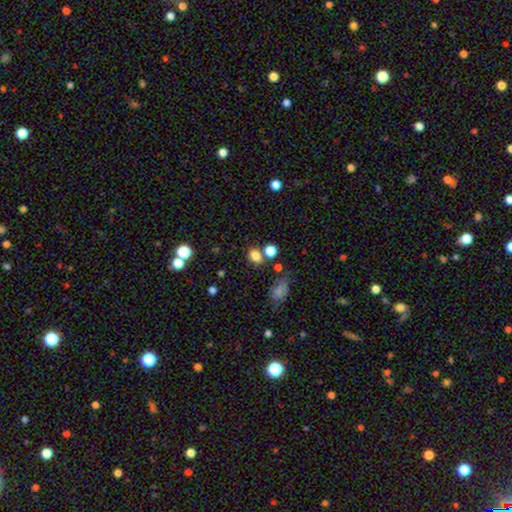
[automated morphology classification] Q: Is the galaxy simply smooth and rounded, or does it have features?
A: smooth — 80%.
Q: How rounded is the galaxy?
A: in between — 54%.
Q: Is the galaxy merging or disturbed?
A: none — 69%.